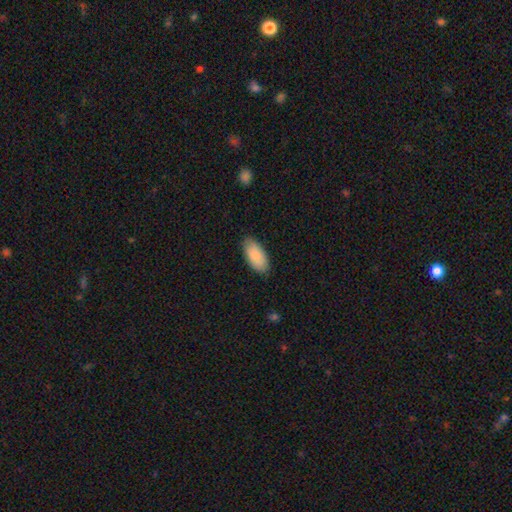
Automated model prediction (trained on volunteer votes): Smooth or featured? smooth (87%)
How rounded? in between (94%)
Merging? none (84%)